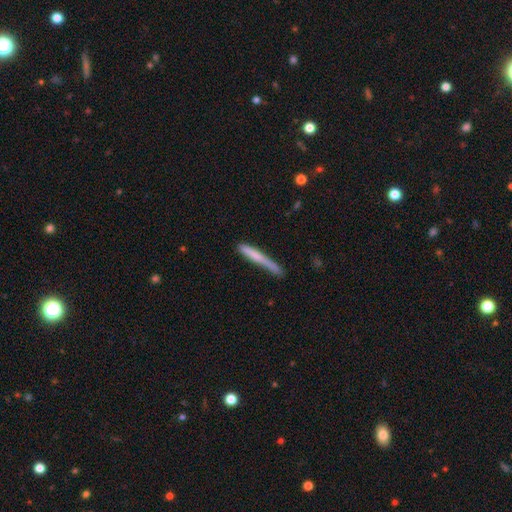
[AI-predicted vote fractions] Morphology: type=smooth (64%); roundness=cigar-shaped (96%); merging=none (66%).